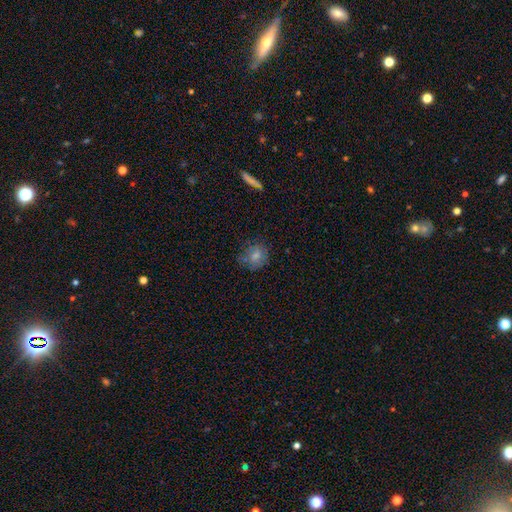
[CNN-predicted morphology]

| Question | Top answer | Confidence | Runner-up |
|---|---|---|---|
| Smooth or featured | smooth | 76% | featured or disk (14%) |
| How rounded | round | 70% | in between (29%) |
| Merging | none | 68% | minor disturbance (21%) |